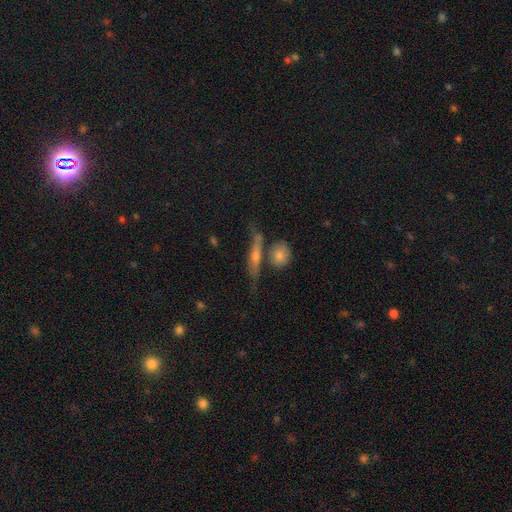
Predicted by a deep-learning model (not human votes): This appears to be a featured or disk galaxy (58%) viewed edge-on (84%). Merging: none (63%).